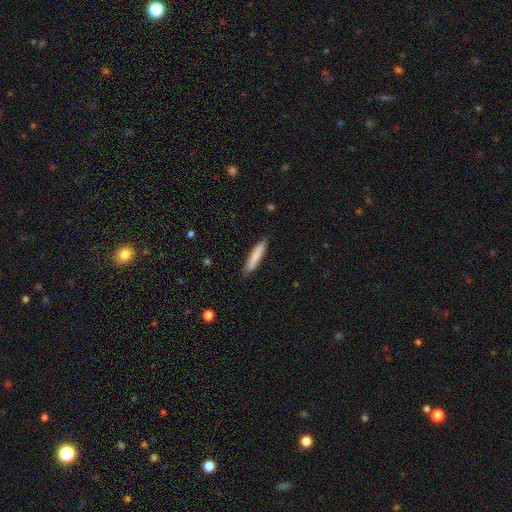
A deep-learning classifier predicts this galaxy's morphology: type=smooth (82%); roundness=cigar-shaped (87%); merging=none (86%).